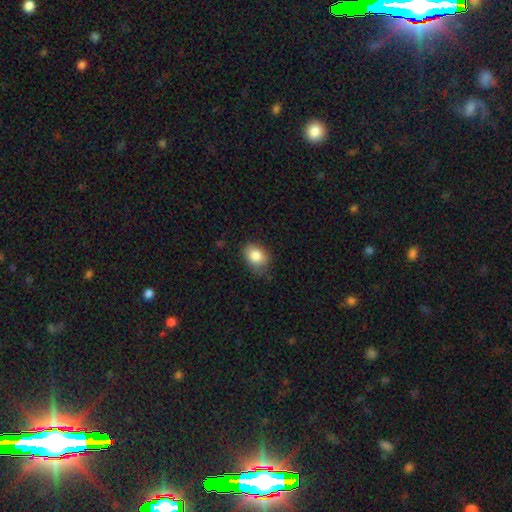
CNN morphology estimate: This is clearly a smooth galaxy (84%). How rounded: likely in between (69%). Merging: likely none (72%).